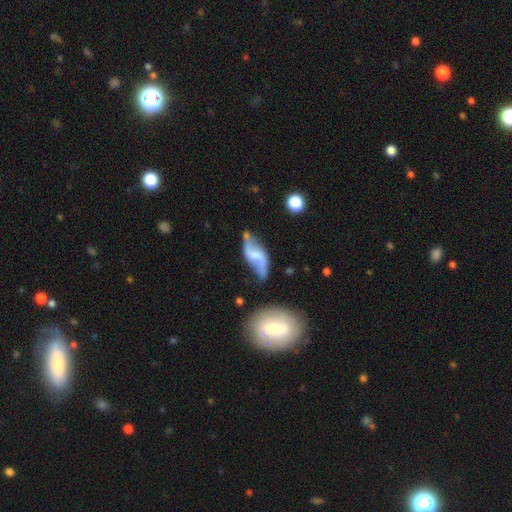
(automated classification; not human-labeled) Smooth or featured?
  - featured or disk: 77% *
  - smooth: 17%
  - star or artifact: 6%
Edge-on disk?
  - no: 93% *
  - yes: 7%
Bar?
  - weak: 46% *
  - no: 31%
  - strong: 23%
Spiral arms?
  - yes: 90% *
  - no: 10%
Spiral winding?
  - loose: 84% *
  - medium: 12%
  - tight: 4%
Spiral arm count?
  - 2: 91% *
  - can't tell: 4%
  - 1: 2%
  - 3: 1%
  - 4: 1%
  - more than 4: 1%
Bulge size?
  - none: 41% *
  - small: 30%
  - moderate: 21%
  - large: 6%
  - dominant: 2%
Merging?
  - none: 57% *
  - minor disturbance: 22%
  - major disturbance: 11%
  - merger: 10%